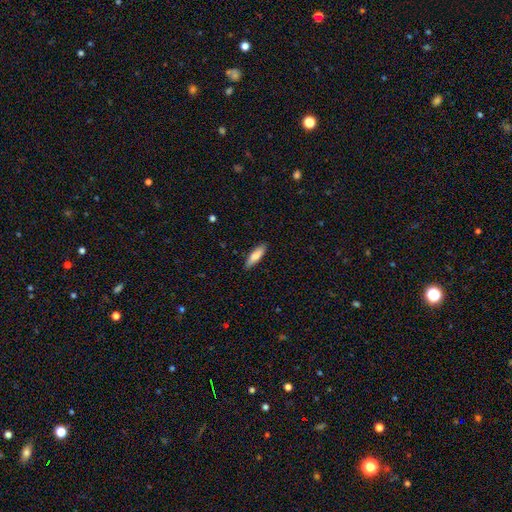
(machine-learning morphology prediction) Overall: smooth (79%). How rounded: cigar-shaped (56%; in between 42%). Merging: none (86%).